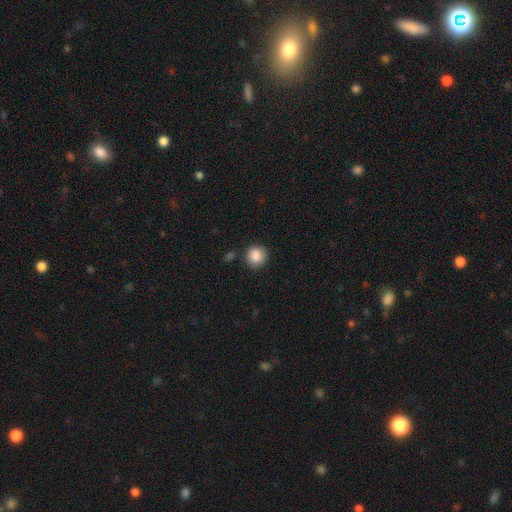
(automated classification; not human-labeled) This appears to be a smooth galaxy with no disk features (88%) that is round (91%). Merging: none (85%).